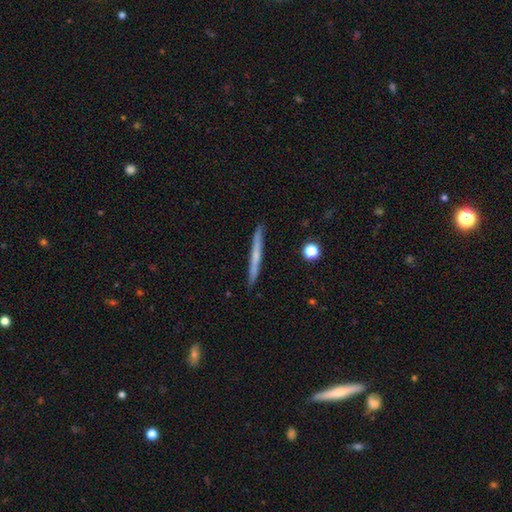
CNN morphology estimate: Smooth or featured? Predicted: smooth (p=0.47, tied with featured or disk). Merging? Predicted: none (p=0.91).